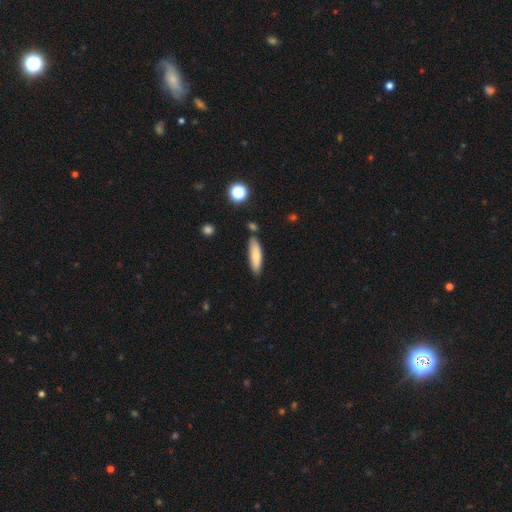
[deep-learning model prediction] A smooth galaxy with no disk features (82%) that is cigar-shaped (63%).

Vote fractions:
- Smooth or featured? smooth: 82% / featured or disk: 12% / star or artifact: 7%
- How rounded? cigar-shaped: 63% / in between: 35% / round: 2%
- Merging? none: 79% / minor disturbance: 13% / merger: 5% / major disturbance: 3%